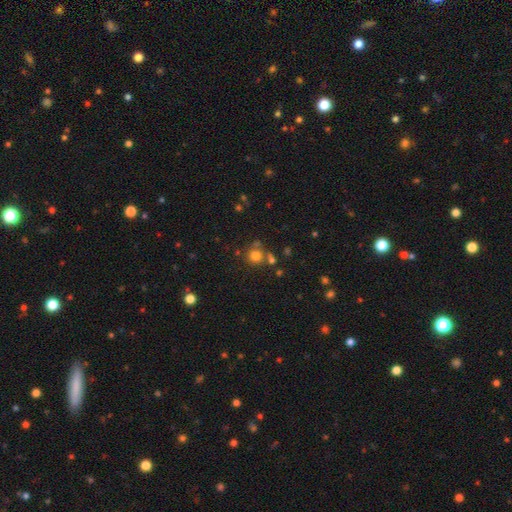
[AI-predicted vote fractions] This appears to be a smooth galaxy with no disk features (76%) that is round (90%). Merging: none (68%).